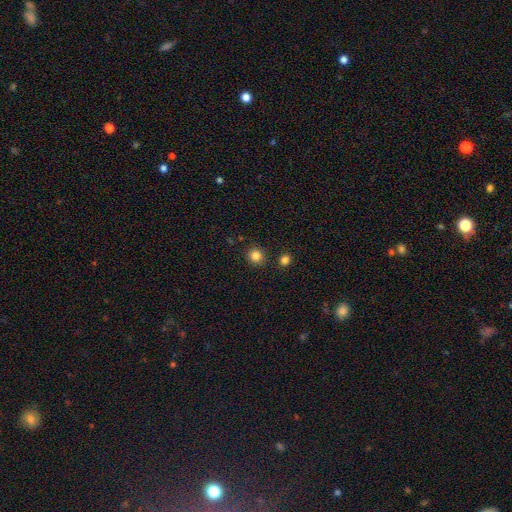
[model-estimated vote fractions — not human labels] This appears to be a smooth galaxy with no disk features (85%) that is round (87%). Merging: none (87%).